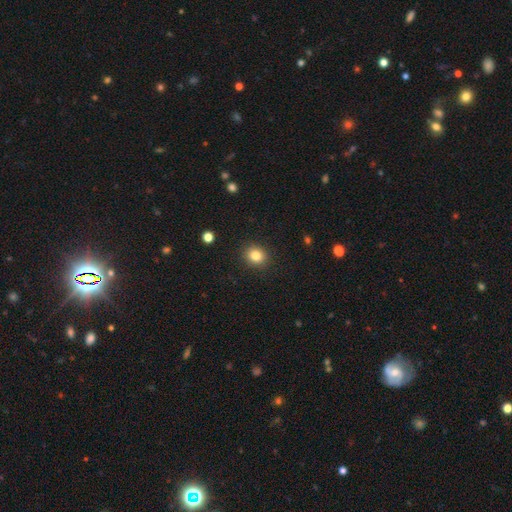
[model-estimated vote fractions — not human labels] Q: Smooth or featured?
A: smooth (83%); runner-up: star or artifact (11%)
Q: How rounded?
A: round (69%); runner-up: in between (30%)
Q: Merging?
A: none (90%); runner-up: minor disturbance (7%)